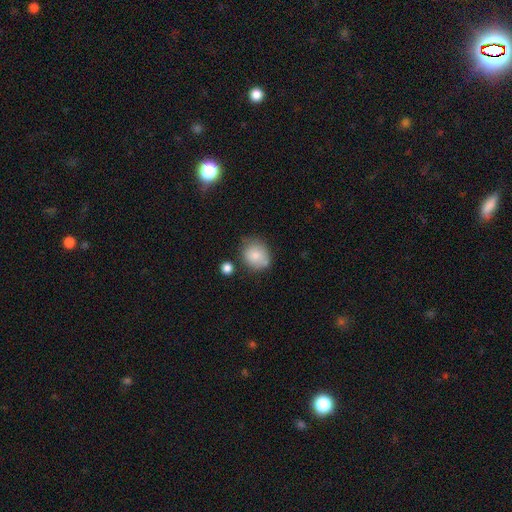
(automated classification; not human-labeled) Smooth or featured: smooth — 81% (featured or disk — 11%)
How rounded: round — 68% (in between — 31%)
Merging: none — 60% (minor disturbance — 24%)